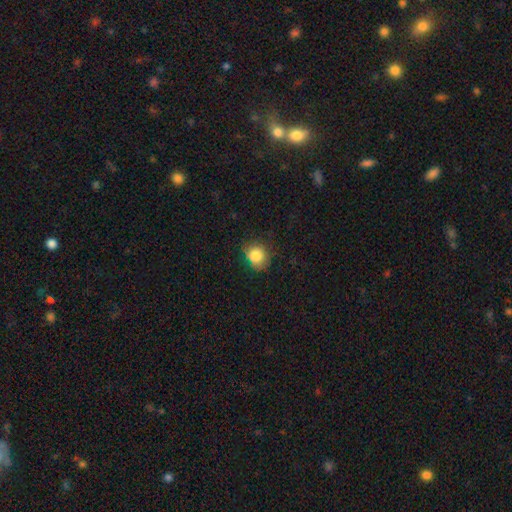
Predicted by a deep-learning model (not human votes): Q: Smooth or featured?
A: smooth (85%); runner-up: star or artifact (10%)
Q: How rounded?
A: round (77%); runner-up: in between (22%)
Q: Merging?
A: none (74%); runner-up: minor disturbance (20%)